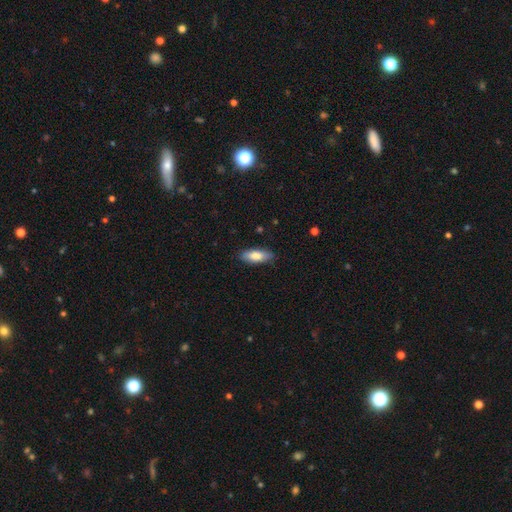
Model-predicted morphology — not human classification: A smooth galaxy with no disk features (83%) that is in between round and cigar-shaped (76%).

Vote fractions:
- Smooth or featured? smooth: 83% / featured or disk: 11% / star or artifact: 6%
- How rounded? in between: 76% / cigar-shaped: 23% / round: 2%
- Merging? none: 86% / minor disturbance: 11% / major disturbance: 2% / merger: 1%